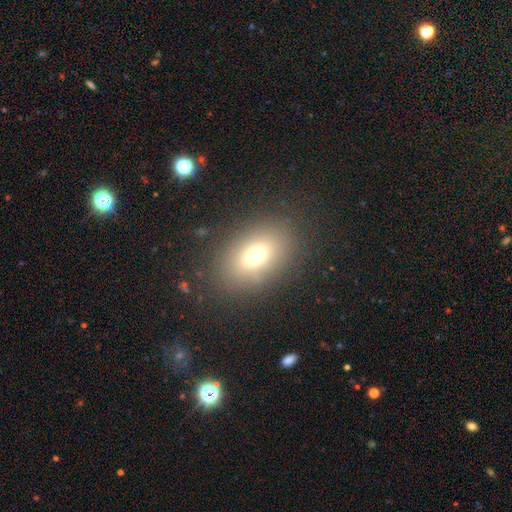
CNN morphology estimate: smooth 70%, star or artifact 16%, featured or disk 14%. Down the decision tree: how rounded — in between (76%); merging — none (82%).